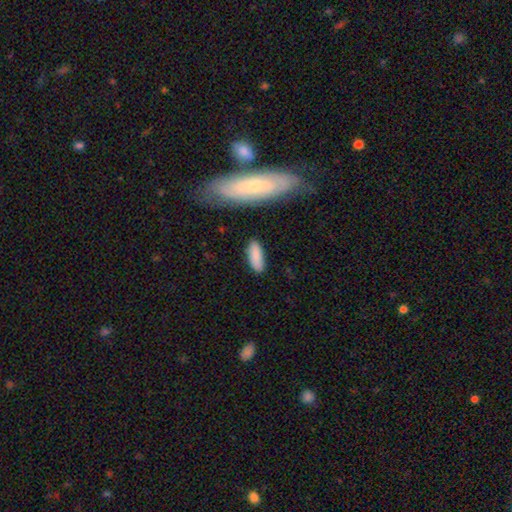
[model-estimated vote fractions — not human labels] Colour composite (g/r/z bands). It shows a smooth galaxy with no disk features (84%) that is in between round and cigar-shaped (72%). Merging: none (83%).